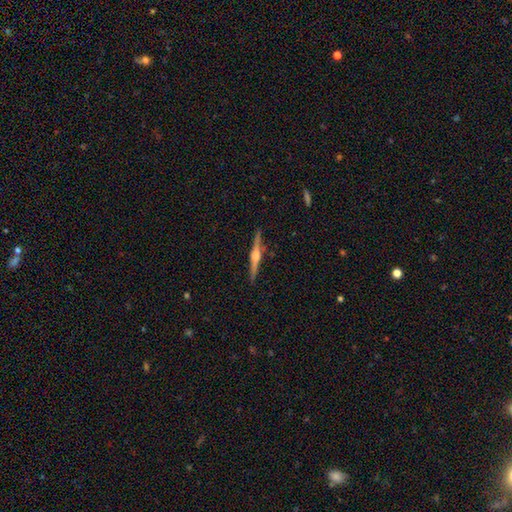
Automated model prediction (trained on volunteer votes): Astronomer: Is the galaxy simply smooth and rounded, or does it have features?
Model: featured or disk — 76%.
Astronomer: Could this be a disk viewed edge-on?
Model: yes — 98%.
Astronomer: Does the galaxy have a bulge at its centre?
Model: rounded — 80%.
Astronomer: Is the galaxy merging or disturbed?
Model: none — 90%.